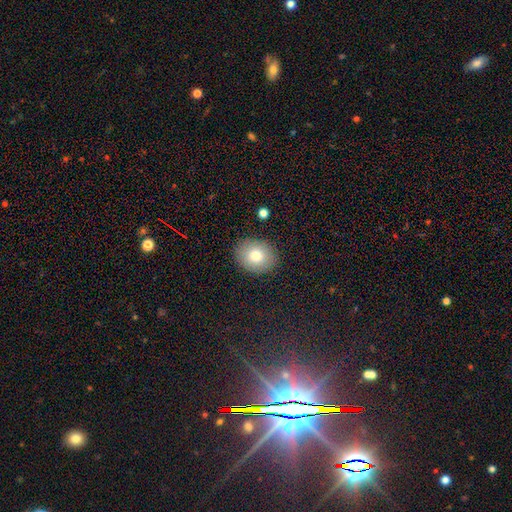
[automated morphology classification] The model was most divided on "how rounded": round: 56%, in between: 43%, cigar-shaped: 1%. More confident: merging — none (89%); smooth or featured — smooth (79%).